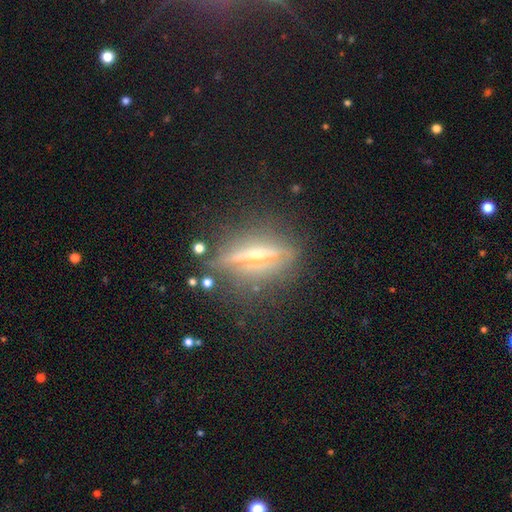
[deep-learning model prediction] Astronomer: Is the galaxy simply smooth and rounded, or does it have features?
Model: featured or disk — 78%.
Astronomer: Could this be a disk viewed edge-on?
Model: yes — 92%.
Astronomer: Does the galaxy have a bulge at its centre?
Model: rounded — 89%.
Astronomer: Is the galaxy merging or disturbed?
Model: none — 80%.